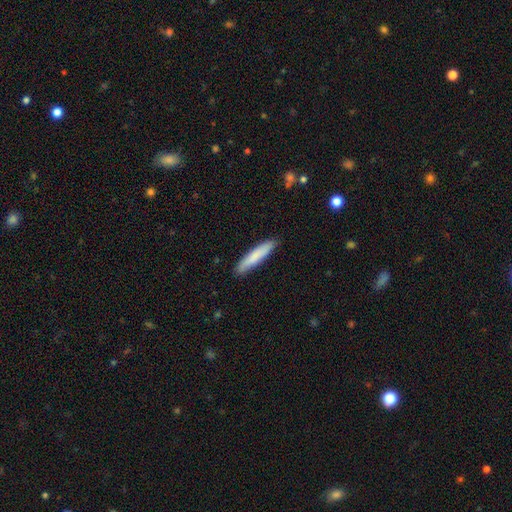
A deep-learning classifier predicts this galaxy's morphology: Smooth or featured? Predicted: smooth (p=0.80). How rounded? Predicted: cigar-shaped (p=0.88). Merging? Predicted: none (p=0.87).